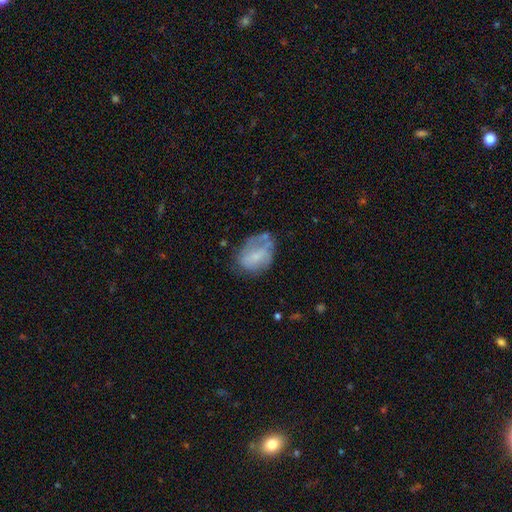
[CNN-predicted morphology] type=smooth (50%); merging=none (42%).